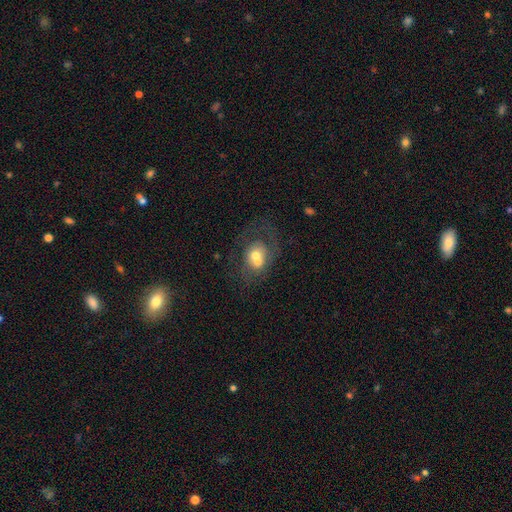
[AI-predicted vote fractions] Smooth or featured?
  - smooth: 50% *
  - featured or disk: 40%
  - star or artifact: 10%
Merging?
  - merger: 52% *
  - none: 26%
  - major disturbance: 11%
  - minor disturbance: 11%